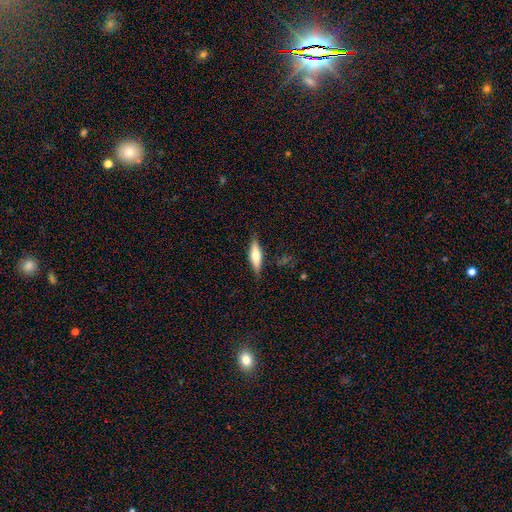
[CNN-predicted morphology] type=smooth (56%); roundness=cigar-shaped (62%); merging=none (85%).